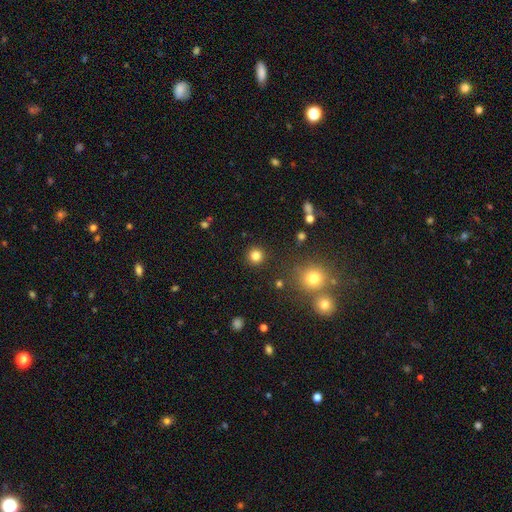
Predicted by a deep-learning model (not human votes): smooth-or-featured: smooth: 83% | star or artifact: 13% | featured or disk: 4%
  how-rounded: round: 94% | in between: 5% | cigar-shaped: 1%
  merging: none: 91% | minor disturbance: 5% | major disturbance: 2% | merger: 2%